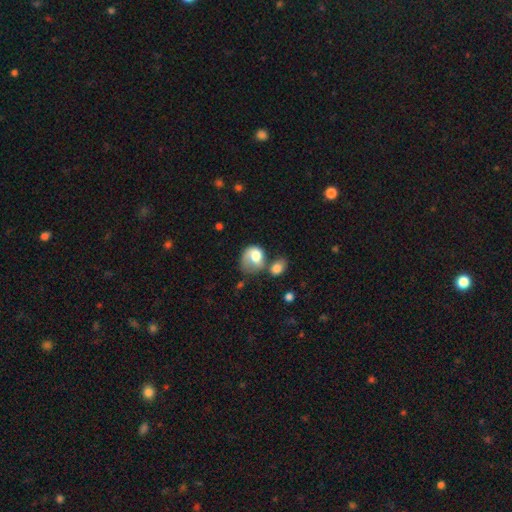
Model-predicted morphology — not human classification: Smooth or featured? Predicted: smooth (p=0.59). How rounded? Predicted: in between (p=0.51). Merging? Predicted: merger (p=0.30).